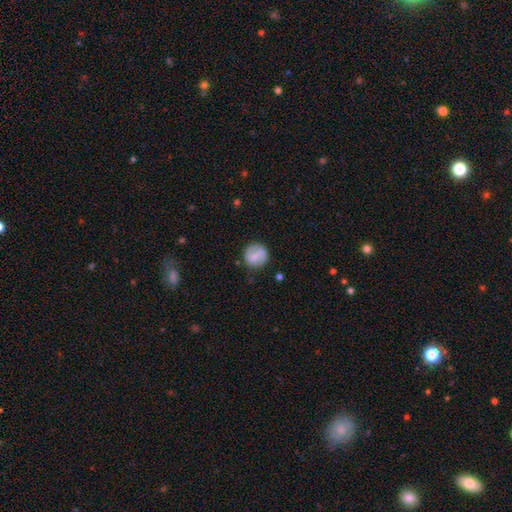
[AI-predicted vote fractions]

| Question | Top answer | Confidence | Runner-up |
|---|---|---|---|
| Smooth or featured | smooth | 61% | featured or disk (32%) |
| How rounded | round | 88% | in between (11%) |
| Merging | none | 76% | minor disturbance (16%) |